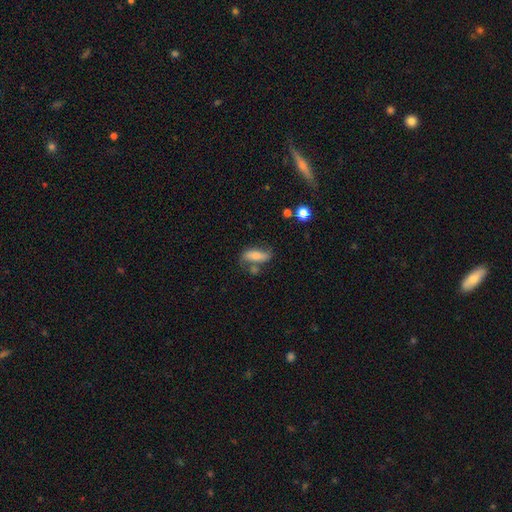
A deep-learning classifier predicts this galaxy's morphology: Overall: smooth (66%; featured or disk 26%). How rounded: in between (65%; cigar-shaped 31%). Merging: none (54%; minor disturbance 22%).